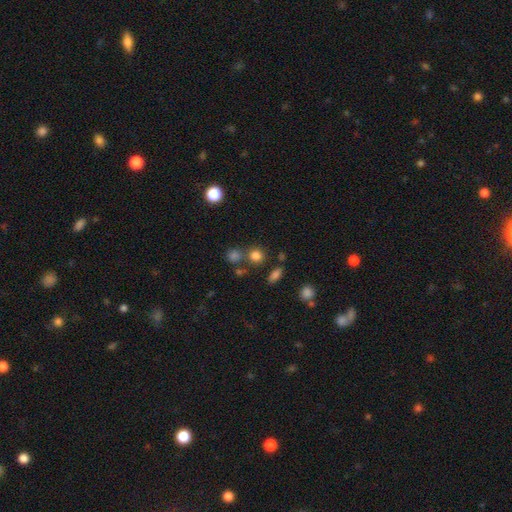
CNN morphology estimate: smooth 78%, star or artifact 16%, featured or disk 6%. Down the decision tree: how rounded — round (84%); merging — none (68%).